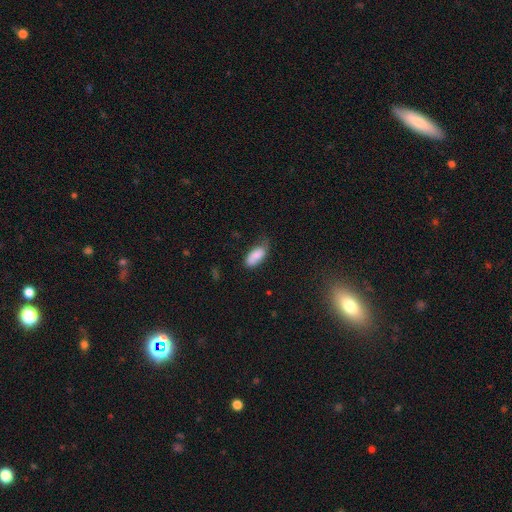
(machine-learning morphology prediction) A smooth galaxy with no disk features (79%) that is in between round and cigar-shaped (90%). Merging: none (54%).